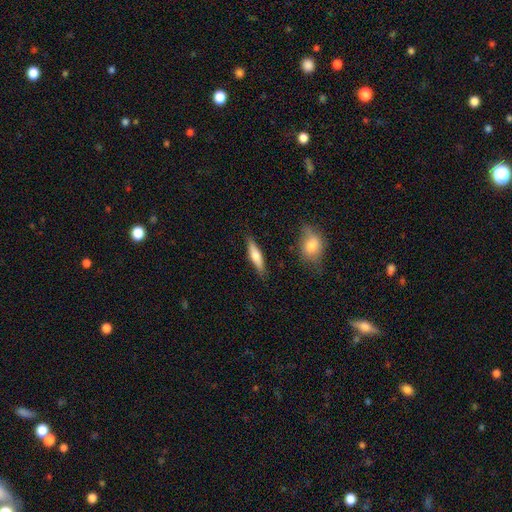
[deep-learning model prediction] Overall: smooth (63%; featured or disk 32%). How rounded: cigar-shaped (70%). Merging: none (85%).